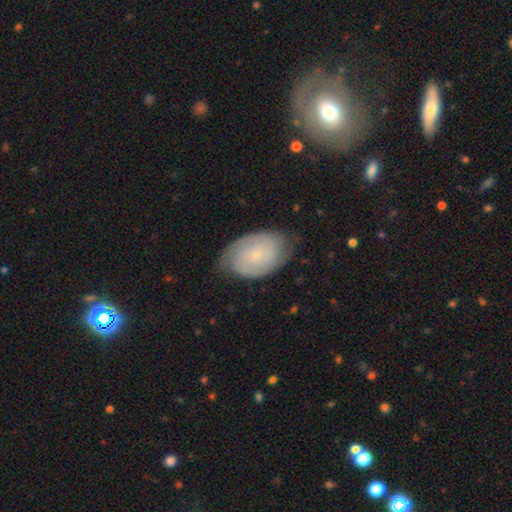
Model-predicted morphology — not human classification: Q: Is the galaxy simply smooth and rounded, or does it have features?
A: featured or disk — 63%.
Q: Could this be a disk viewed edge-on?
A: no — 96%.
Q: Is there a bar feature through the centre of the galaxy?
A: no — 77%.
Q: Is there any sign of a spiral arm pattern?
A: yes — 86%.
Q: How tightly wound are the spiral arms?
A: tight — 61%.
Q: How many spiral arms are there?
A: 2 — 55%.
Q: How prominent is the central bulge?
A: small — 84%.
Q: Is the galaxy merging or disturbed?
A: none — 70%.